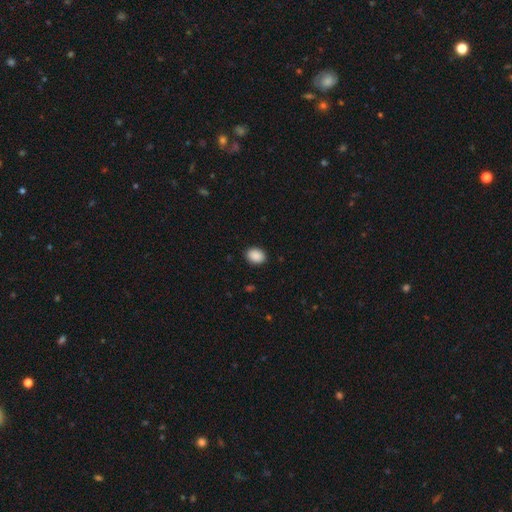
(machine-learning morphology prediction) Smooth or featured: smooth — 90% (star or artifact — 8%)
How rounded: in between — 70% (round — 29%)
Merging: none — 90% (minor disturbance — 7%)